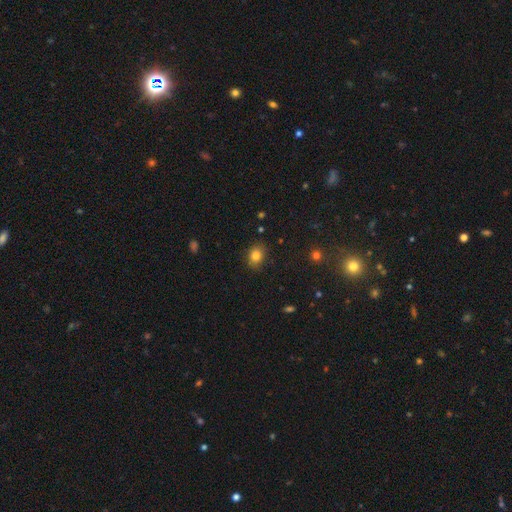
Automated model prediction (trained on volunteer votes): This appears to be a smooth galaxy with no disk features (82%) that is in between round and cigar-shaped (58%). Merging: none (85%).